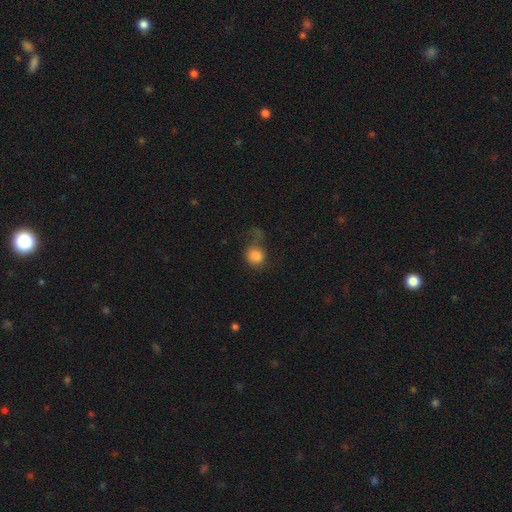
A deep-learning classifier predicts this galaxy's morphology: smooth 81%, star or artifact 10%, featured or disk 9%. Down the decision tree: how rounded — round (75%); merging — major disturbance (35%).